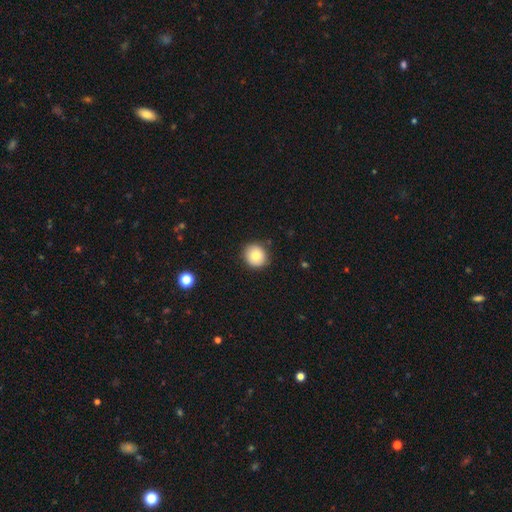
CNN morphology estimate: smooth_or_featured: smooth (p=0.82) [alt: featured or disk p=0.10]
how_rounded: round (p=0.88) [alt: in between p=0.12]
merging: none (p=0.88) [alt: minor disturbance p=0.09]